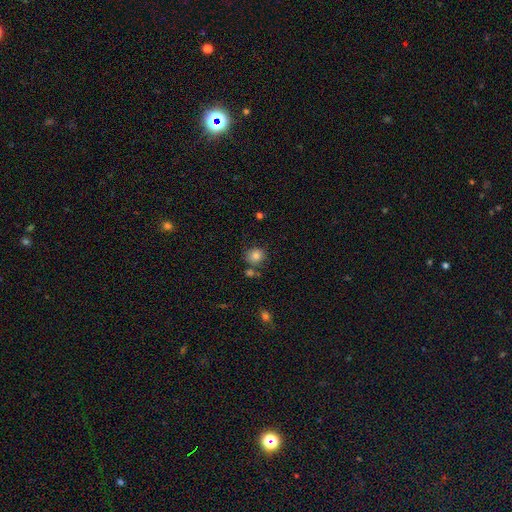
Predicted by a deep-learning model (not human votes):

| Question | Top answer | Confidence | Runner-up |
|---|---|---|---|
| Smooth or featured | smooth | 82% | star or artifact (11%) |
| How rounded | round | 78% | in between (21%) |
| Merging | none | 72% | minor disturbance (14%) |